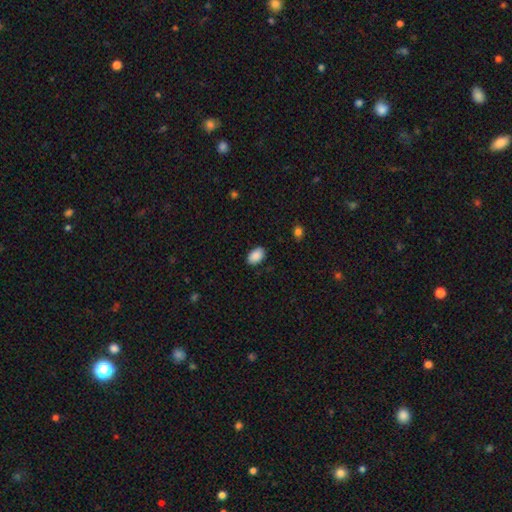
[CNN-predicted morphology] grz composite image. It shows a smooth galaxy with no disk features (90%) that is in between round and cigar-shaped (90%). Merging: none (86%).